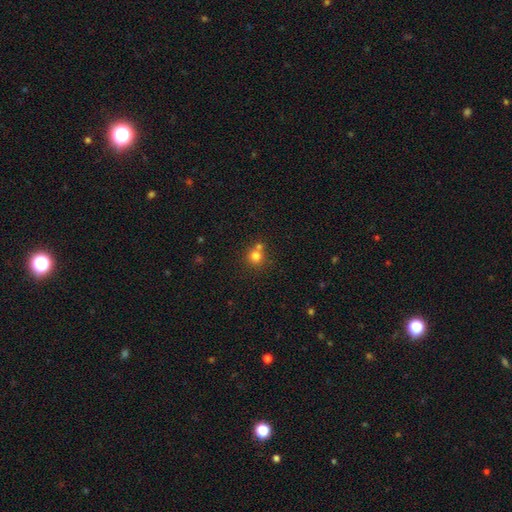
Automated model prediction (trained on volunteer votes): Smooth or featured? smooth (78%)
How rounded? round (90%)
Merging? none (57%)